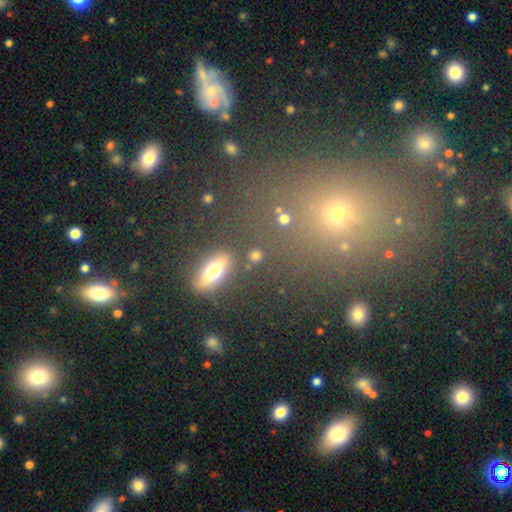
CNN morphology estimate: Overall: smooth (67%). How rounded: round (54%; in between 34%). Merging: none (81%).